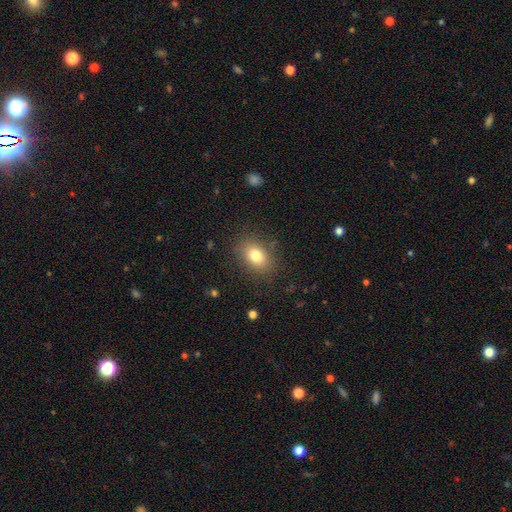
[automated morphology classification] smooth-or-featured: smooth: 80% | star or artifact: 10% | featured or disk: 10%
  how-rounded: in between: 75% | round: 23% | cigar-shaped: 1%
  merging: none: 83% | minor disturbance: 11% | major disturbance: 4% | merger: 1%